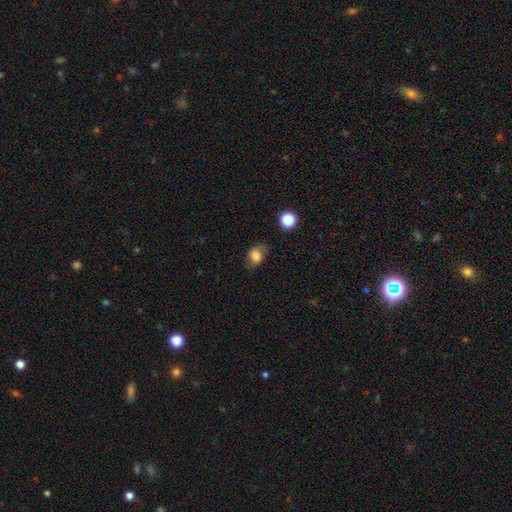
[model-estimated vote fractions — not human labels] Smooth or featured: smooth — 72% (featured or disk — 17%)
How rounded: in between — 67% (round — 32%)
Merging: none — 57% (minor disturbance — 28%)